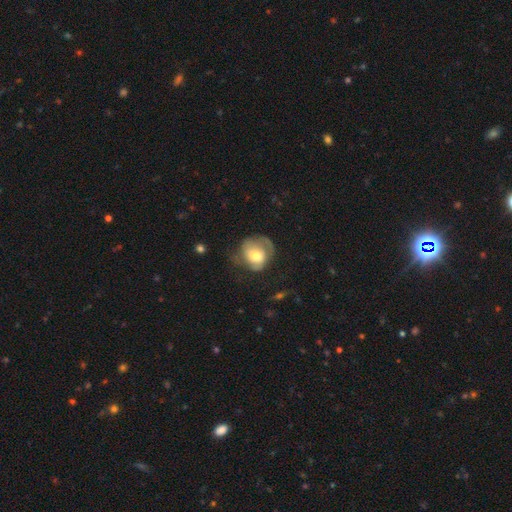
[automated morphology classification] type=smooth (52%); roundness=round (65%); merging=none (41%).